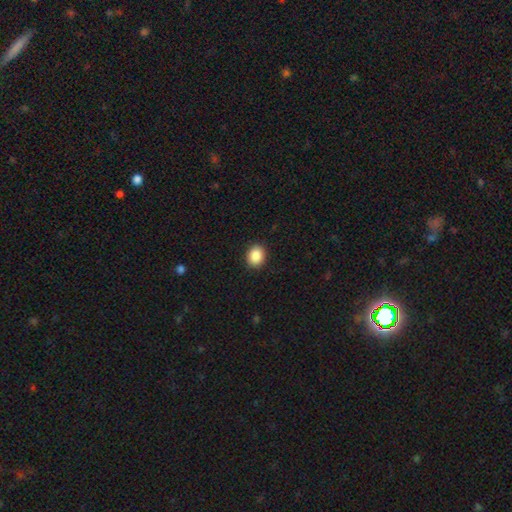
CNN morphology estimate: This is clearly a smooth galaxy (88%). How rounded: likely round (60%). Merging: clearly none (91%).